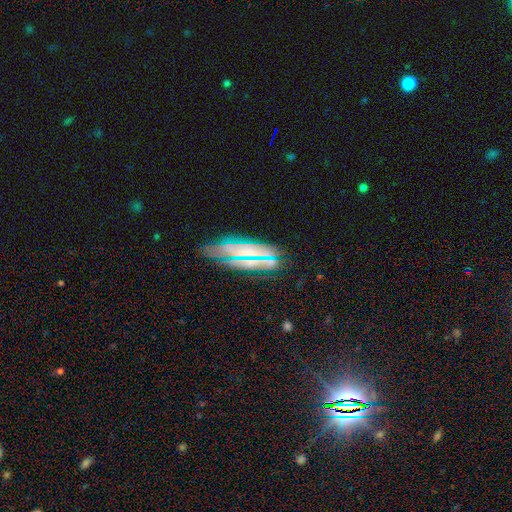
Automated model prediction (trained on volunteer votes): A featured or disk galaxy (49%). Merging: none (73%).